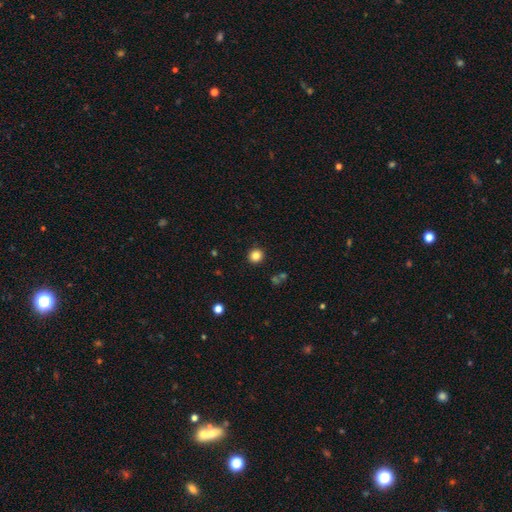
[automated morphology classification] Smooth or featured: smooth — 83% (star or artifact — 12%)
How rounded: round — 91% (in between — 8%)
Merging: none — 91% (minor disturbance — 6%)